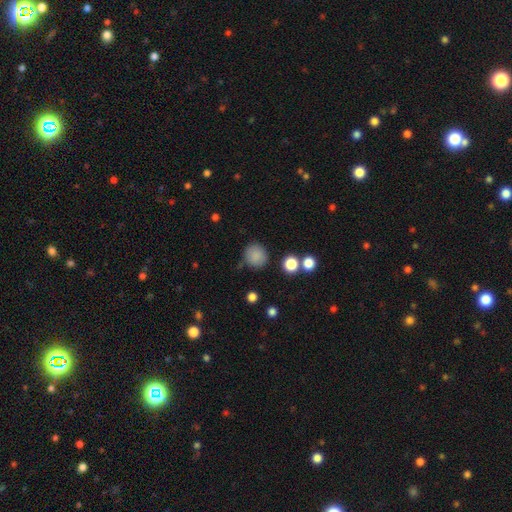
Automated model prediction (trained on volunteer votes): Q: Smooth or featured?
A: smooth (85%); runner-up: star or artifact (10%)
Q: How rounded?
A: round (89%); runner-up: in between (10%)
Q: Merging?
A: none (82%); runner-up: minor disturbance (11%)